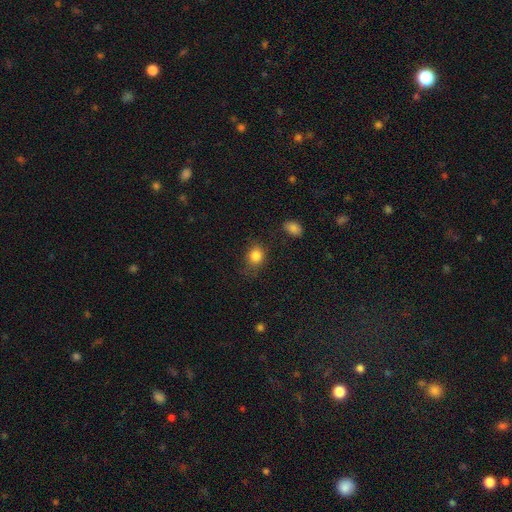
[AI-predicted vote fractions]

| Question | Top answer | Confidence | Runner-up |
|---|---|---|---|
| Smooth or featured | smooth | 84% | star or artifact (10%) |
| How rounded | round | 61% | in between (38%) |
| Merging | none | 69% | minor disturbance (21%) |